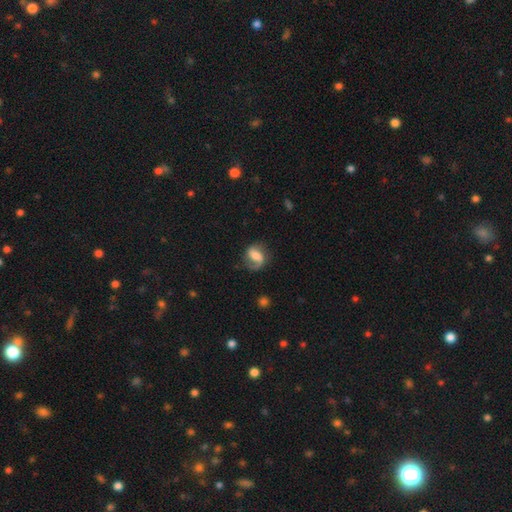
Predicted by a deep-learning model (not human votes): Overall: featured or disk (69%). Edge-on disk: no (97%). Bar: weak (46%; strong 31%). Spiral arms: yes (92%). Spiral arm count: 2 (66%; 1 27%). Spiral winding: loose (43%; medium 42%). Bulge size: moderate (44%; small 23%). Merging: none (66%).